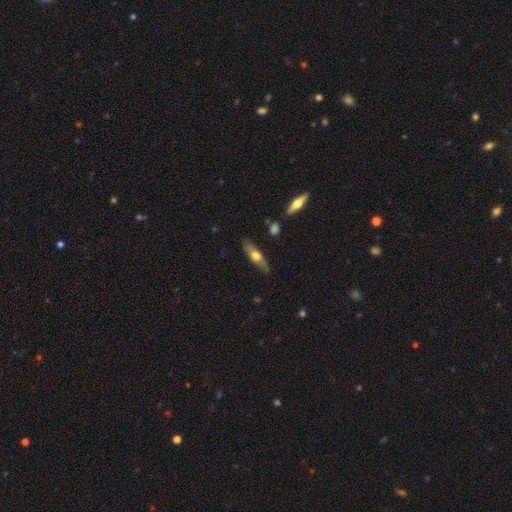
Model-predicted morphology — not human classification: A featured or disk galaxy (49%). Merging: none (83%).